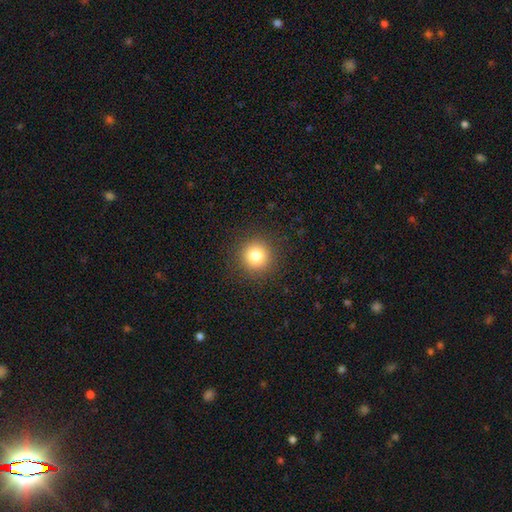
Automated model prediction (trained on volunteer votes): smooth 81%, star or artifact 13%, featured or disk 7%. Down the decision tree: how rounded — round (95%); merging — none (91%).